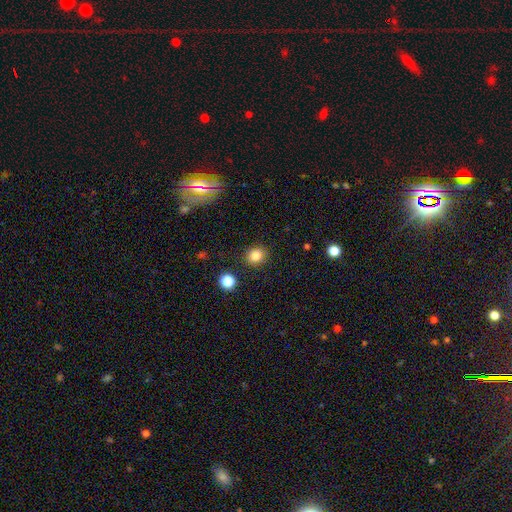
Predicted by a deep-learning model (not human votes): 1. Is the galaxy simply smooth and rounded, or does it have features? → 83% smooth, 12% star or artifact, 5% featured or disk.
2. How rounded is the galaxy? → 77% round, 22% in between, 1% cigar-shaped.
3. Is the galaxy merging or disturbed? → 89% none, 7% minor disturbance, 2% major disturbance, 2% merger.